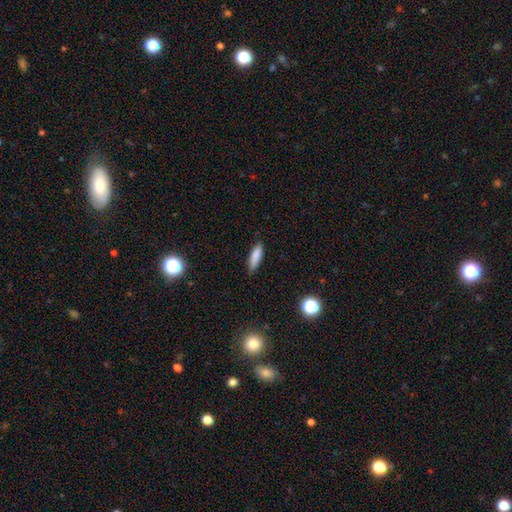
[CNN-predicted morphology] Smooth or featured? smooth (85%)
How rounded? cigar-shaped (51%)
Merging? none (83%)